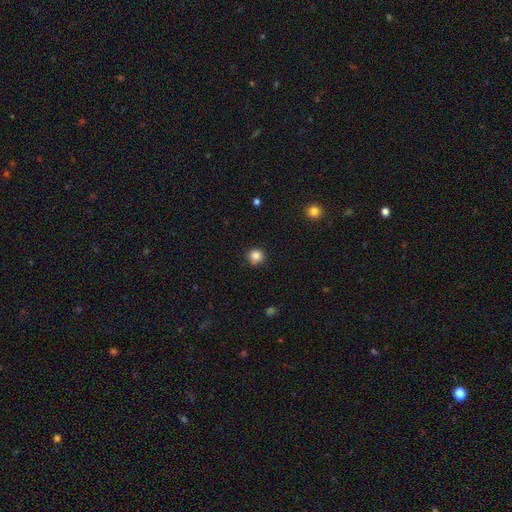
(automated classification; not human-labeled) smooth 85%, star or artifact 11%, featured or disk 4%. Down the decision tree: how rounded — round (91%); merging — none (85%).